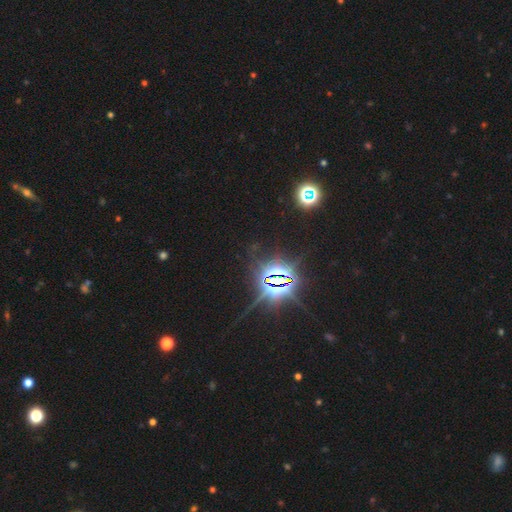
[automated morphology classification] This appears to be a star or artifact, not a galaxy (86%).